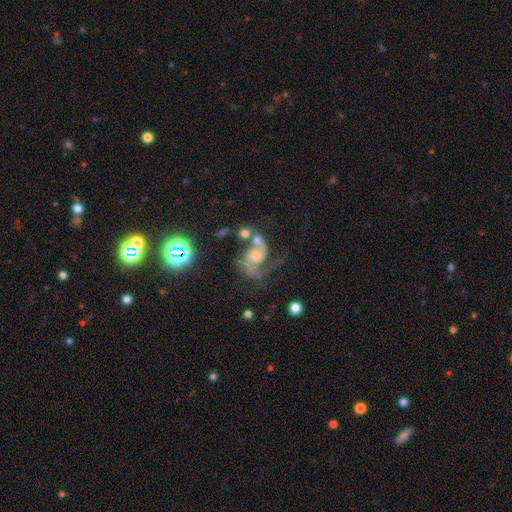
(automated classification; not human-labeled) featured or disk 78%, star or artifact 12%, smooth 10%. Down the decision tree: edge-on disk — no (98%); bar — no (64%); spiral arms — yes (93%); spiral arm count — 2 (70%); spiral winding — medium (48%); bulge size — moderate (47%); merging — none (31%).